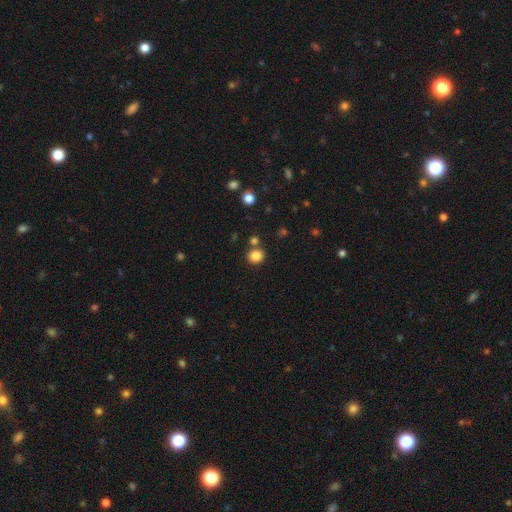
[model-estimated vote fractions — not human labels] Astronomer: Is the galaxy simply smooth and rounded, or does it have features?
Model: smooth — 84%.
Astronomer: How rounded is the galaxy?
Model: round — 80%.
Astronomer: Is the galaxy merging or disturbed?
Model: none — 76%.